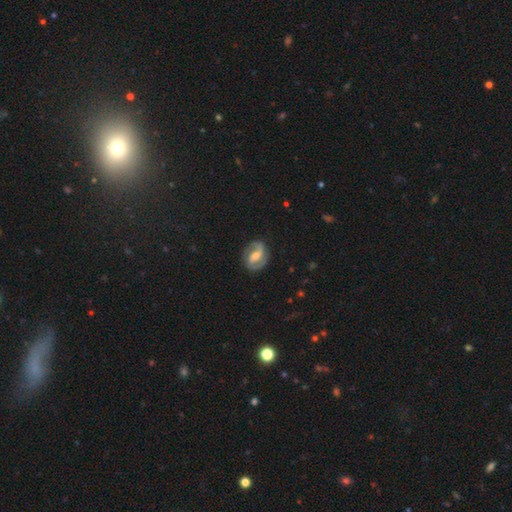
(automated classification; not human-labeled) Morphology: type=featured or disk (86%); edge-on=no (98%); bar=weak (45%); spiral arms=yes (96%); winding=medium (53%); arm count=2 (92%); bulge=moderate (55%); merging=none (83%).